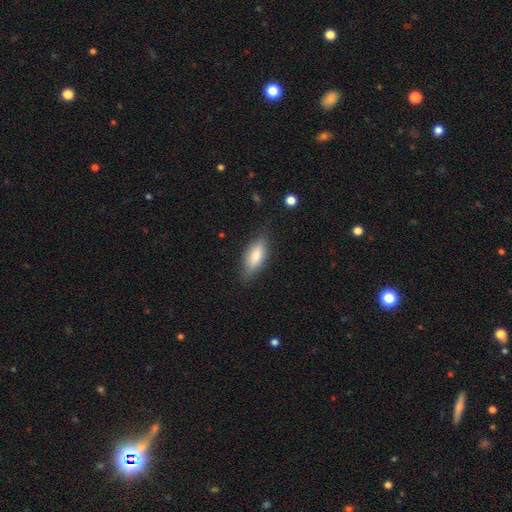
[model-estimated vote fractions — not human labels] Smooth or featured? Predicted: smooth (p=0.74). How rounded? Predicted: in between (p=0.75). Merging? Predicted: none (p=0.80).